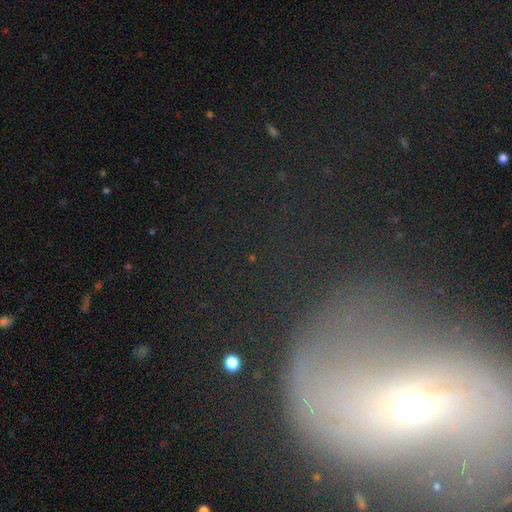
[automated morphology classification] Overall: star or artifact (53%; featured or disk 24%).